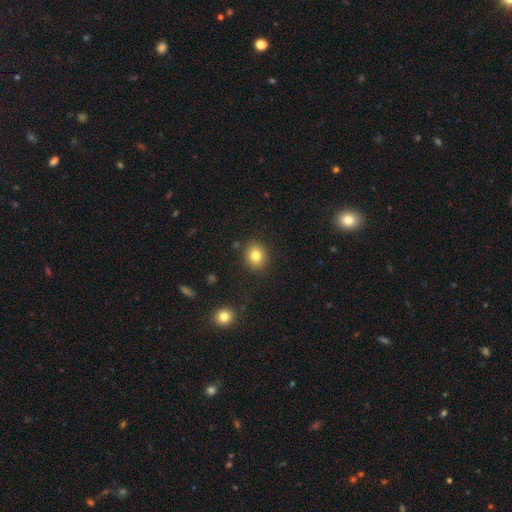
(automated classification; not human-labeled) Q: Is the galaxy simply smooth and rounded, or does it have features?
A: smooth — 81%.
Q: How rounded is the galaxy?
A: round — 70%.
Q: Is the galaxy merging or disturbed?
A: none — 87%.